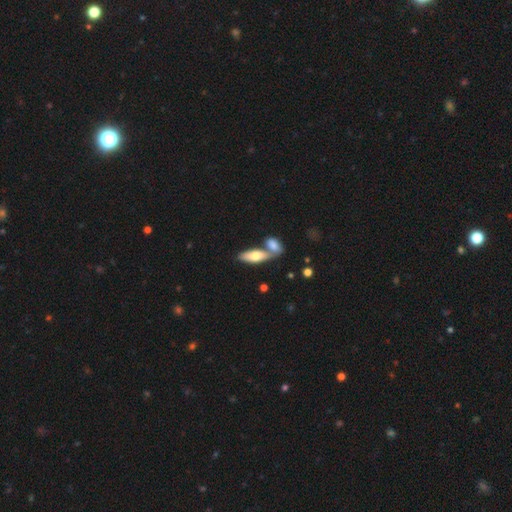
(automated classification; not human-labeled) Smooth or featured?
  - smooth: 68% *
  - featured or disk: 27%
  - star or artifact: 6%
How rounded?
  - in between: 69% *
  - cigar-shaped: 29%
  - round: 3%
Merging?
  - none: 45% *
  - merger: 42%
  - minor disturbance: 10%
  - major disturbance: 3%